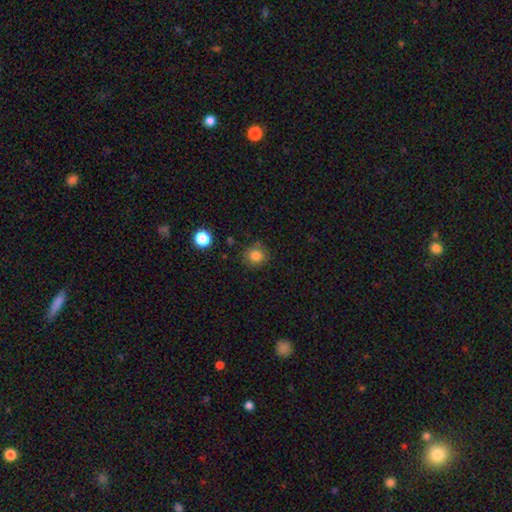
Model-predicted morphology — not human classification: A smooth galaxy with no disk features (84%) that is round (91%). Merging: none (83%).